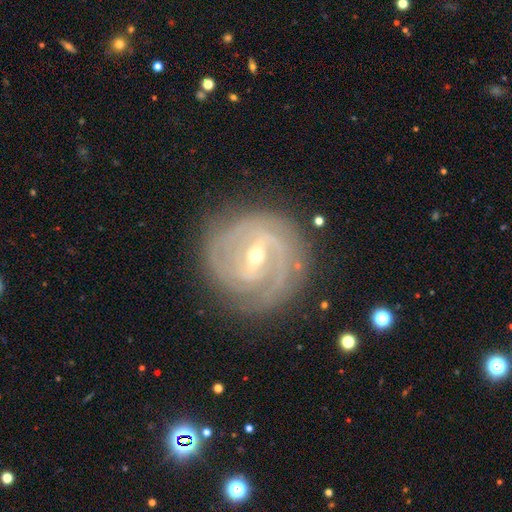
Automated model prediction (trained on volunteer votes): smooth_or_featured: featured or disk (p=0.88) [alt: smooth p=0.07]
disk_edge_on: no (p=0.97) [alt: yes p=0.03]
bar: weak (p=0.45) [alt: strong p=0.42]
has_spiral_arms: yes (p=0.95) [alt: no p=0.05]
spiral_winding: tight (p=0.63) [alt: medium p=0.30]
spiral_arm_count: 2 (p=0.47) [alt: can't tell p=0.19]
bulge_size: small (p=0.62) [alt: moderate p=0.36]
merging: none (p=0.81) [alt: minor disturbance p=0.13]